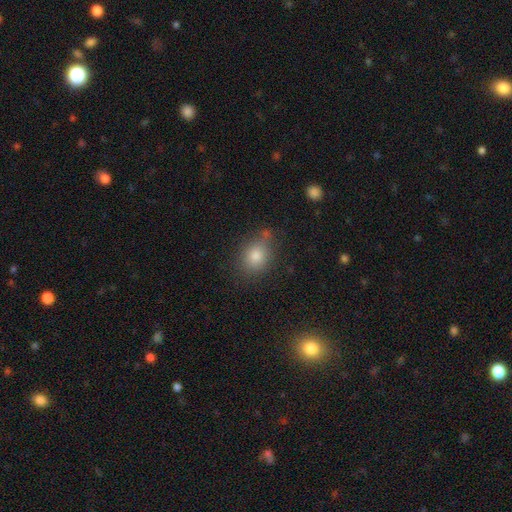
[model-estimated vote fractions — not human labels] The model was most divided on "how rounded": round: 51%, in between: 48%, cigar-shaped: 1%. More confident: smooth or featured — smooth (80%); merging — none (74%).